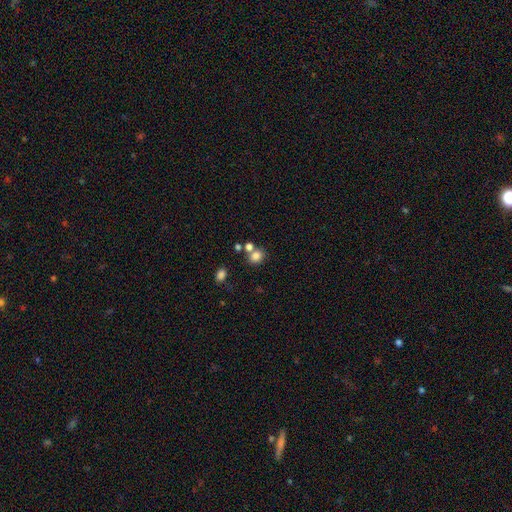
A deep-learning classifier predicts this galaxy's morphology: This is clearly a smooth galaxy (80%). How rounded: likely round (68%). Merging: possibly none (56%).